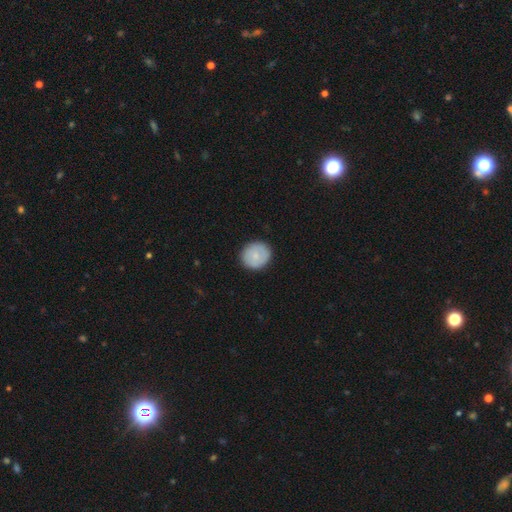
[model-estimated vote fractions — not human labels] A smooth galaxy with no disk features (78%) that is round (88%). Merging: none (88%).